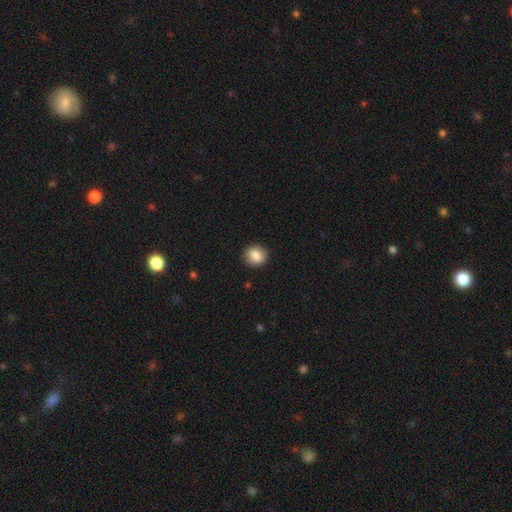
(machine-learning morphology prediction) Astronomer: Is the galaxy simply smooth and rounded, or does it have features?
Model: smooth — 85%.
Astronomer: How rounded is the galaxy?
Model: round — 82%.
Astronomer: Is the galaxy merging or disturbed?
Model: none — 90%.